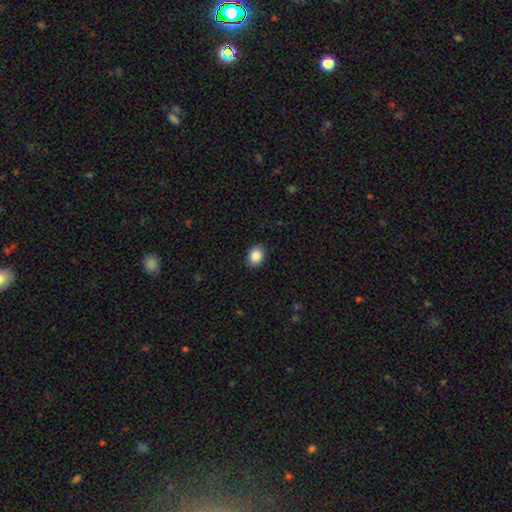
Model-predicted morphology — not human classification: Smooth or featured? Predicted: smooth (p=0.88). How rounded? Predicted: in between (p=0.55). Merging? Predicted: none (p=0.89).